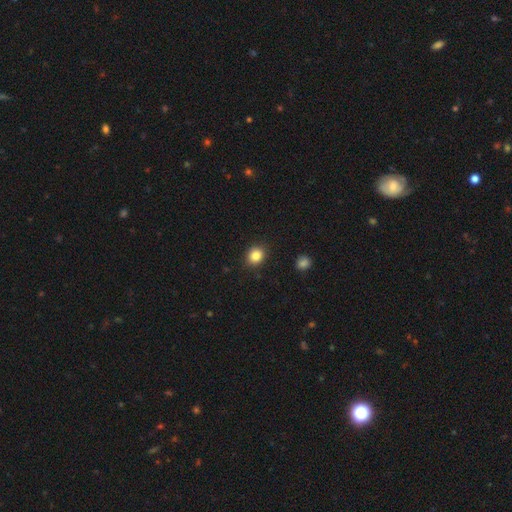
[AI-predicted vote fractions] A smooth galaxy with no disk features (86%) that is round (70%). Merging: none (89%).